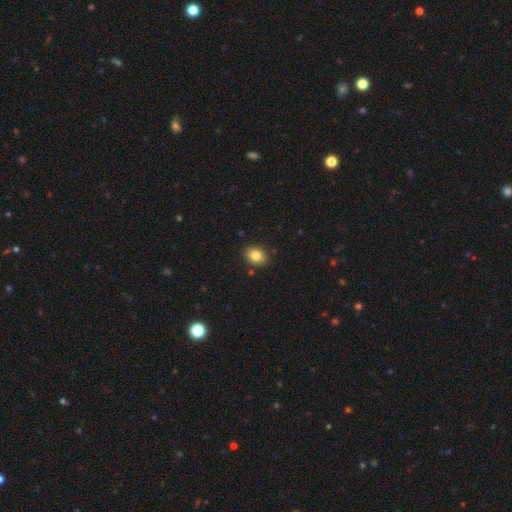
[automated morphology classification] A smooth galaxy with no disk features (83%) that is in between round and cigar-shaped (60%). Merging: none (88%).